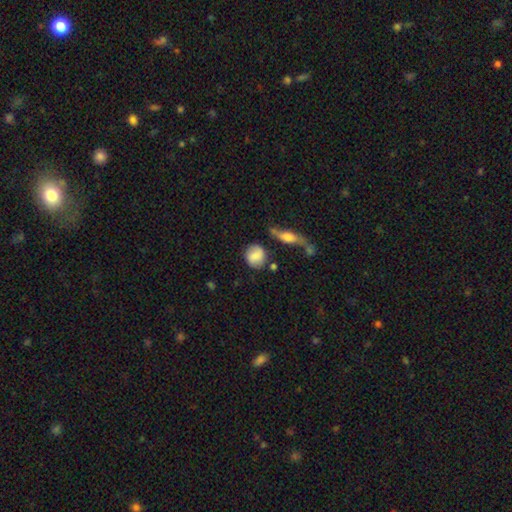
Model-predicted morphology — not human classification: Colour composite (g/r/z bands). It shows a smooth galaxy with no disk features (71%) that is round (79%). Merging: none (69%).